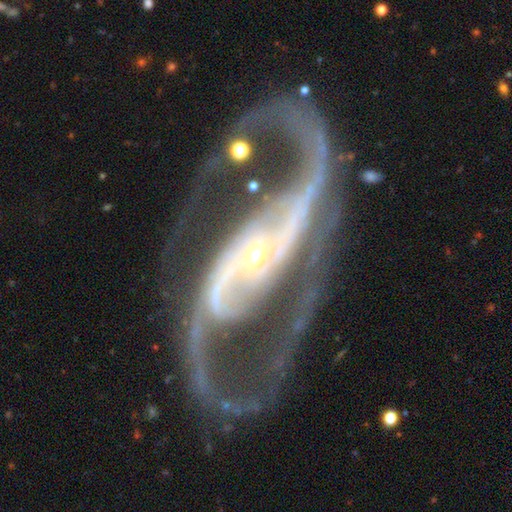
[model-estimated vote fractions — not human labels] This appears to be a featured or disk galaxy (93%) with a strong bar (52%), 2 (93%) medium (51%) spiral arms (96%) and a small central bulge (74%). Merging: none (68%).